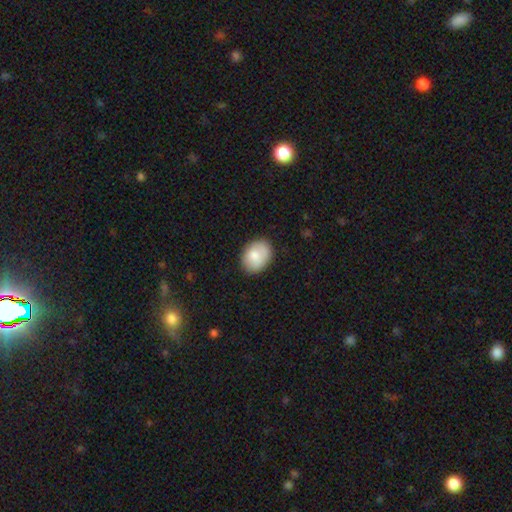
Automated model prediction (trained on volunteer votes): Smooth or featured? smooth (82%)
How rounded? in between (67%)
Merging? none (83%)